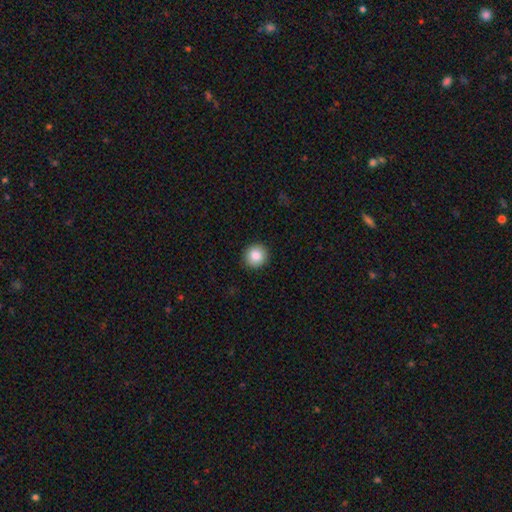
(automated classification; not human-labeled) Overall: smooth (86%). How rounded: round (93%). Merging: none (92%).